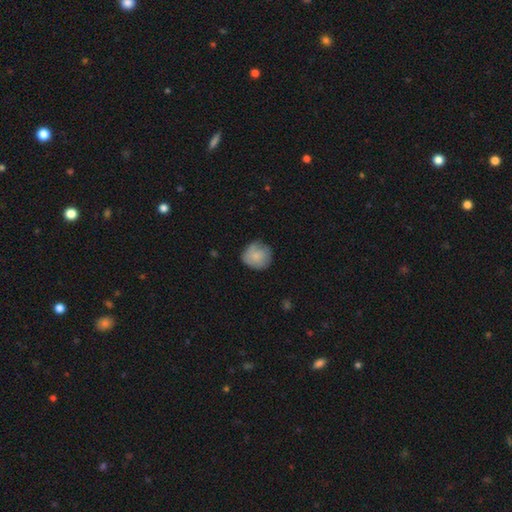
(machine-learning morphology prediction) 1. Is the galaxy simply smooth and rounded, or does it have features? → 78% smooth, 15% featured or disk, 7% star or artifact.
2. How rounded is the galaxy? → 90% round, 9% in between, 1% cigar-shaped.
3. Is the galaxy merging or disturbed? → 72% none, 22% minor disturbance, 4% major disturbance, 1% merger.